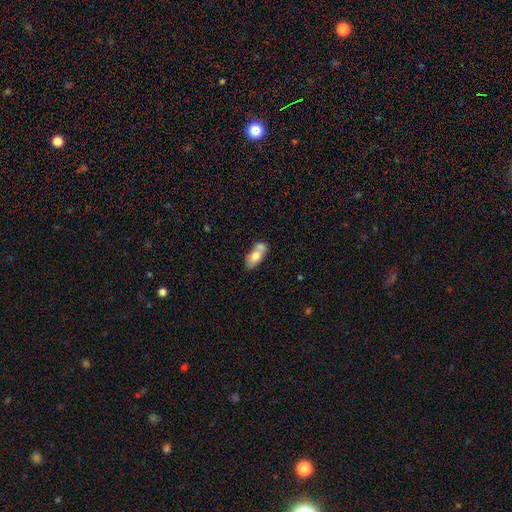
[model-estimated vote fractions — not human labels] smooth-or-featured: smooth: 68% | featured or disk: 25% | star or artifact: 7%
  how-rounded: in between: 86% | cigar-shaped: 8% | round: 6%
  merging: merger: 41% | none: 39% | minor disturbance: 15% | major disturbance: 5%